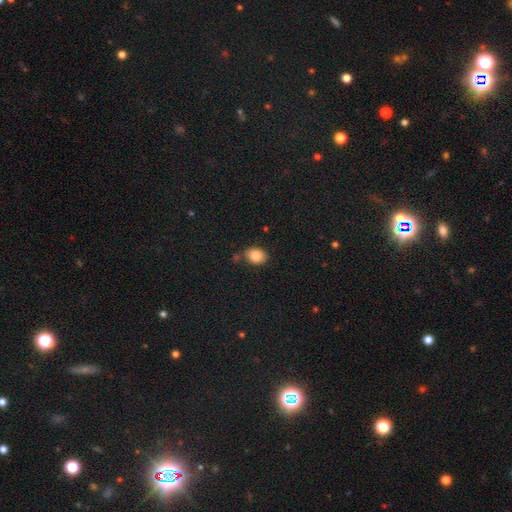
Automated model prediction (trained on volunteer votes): A smooth galaxy with no disk features (86%) that is in between round and cigar-shaped (68%).

Vote fractions:
- Smooth or featured? smooth: 86% / star or artifact: 9% / featured or disk: 5%
- How rounded? in between: 68% / round: 31% / cigar-shaped: 1%
- Merging? none: 75% / minor disturbance: 15% / merger: 7% / major disturbance: 3%